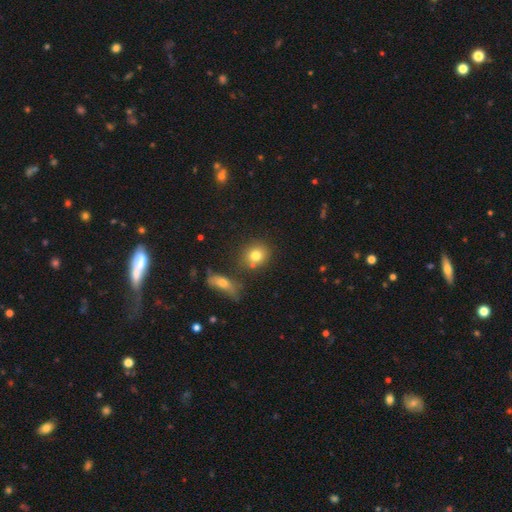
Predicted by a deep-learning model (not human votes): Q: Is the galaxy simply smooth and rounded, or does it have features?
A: smooth — 78%.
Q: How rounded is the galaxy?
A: round — 77%.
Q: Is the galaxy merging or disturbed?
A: none — 69%.